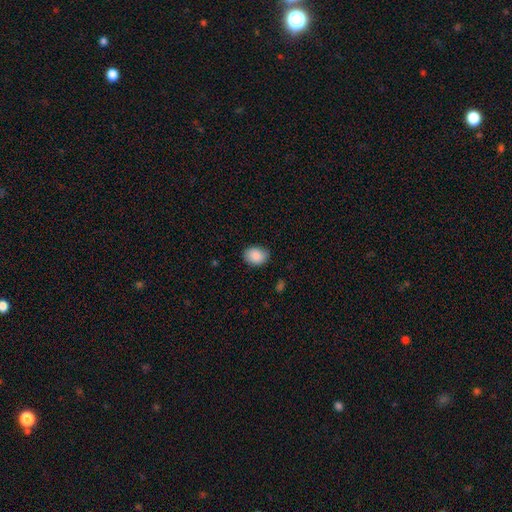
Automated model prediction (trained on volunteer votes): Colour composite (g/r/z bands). It shows a smooth galaxy with no disk features (89%) that is in between round and cigar-shaped (59%). Merging: none (84%).